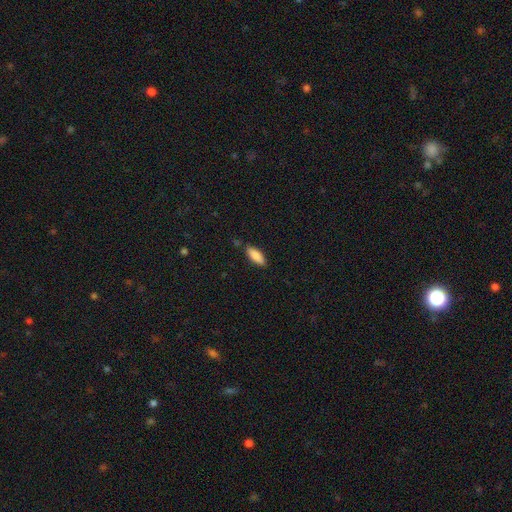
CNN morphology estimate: Smooth or featured: smooth — 87% (featured or disk — 7%)
How rounded: in between — 68% (cigar-shaped — 30%)
Merging: none — 83% (minor disturbance — 12%)